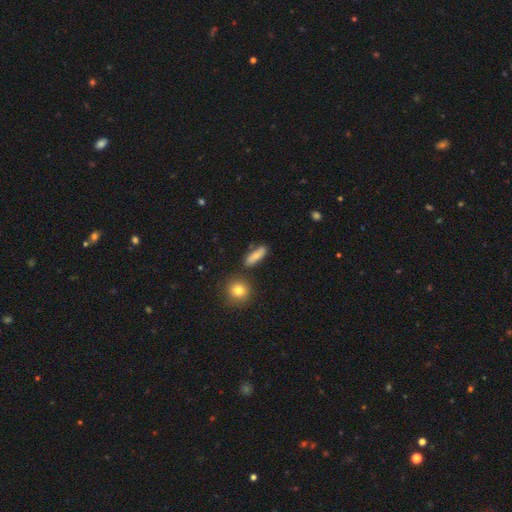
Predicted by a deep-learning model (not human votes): This is likely a smooth galaxy (70%). How rounded: possibly in between (53%). Merging: likely none (78%).